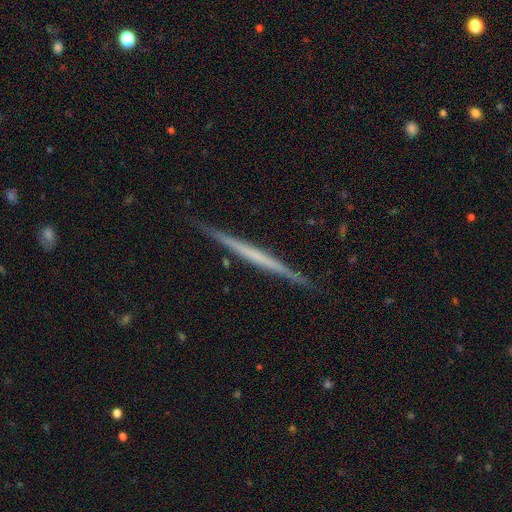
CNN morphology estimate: smooth-or-featured: featured or disk: 64% | smooth: 30% | star or artifact: 6%
  disk-edge-on: yes: 98% | no: 2%
    edge-on-bulge: none: 88% | rounded: 7% | boxy: 5%
  merging: none: 91% | minor disturbance: 6% | major disturbance: 1% | merger: 1%